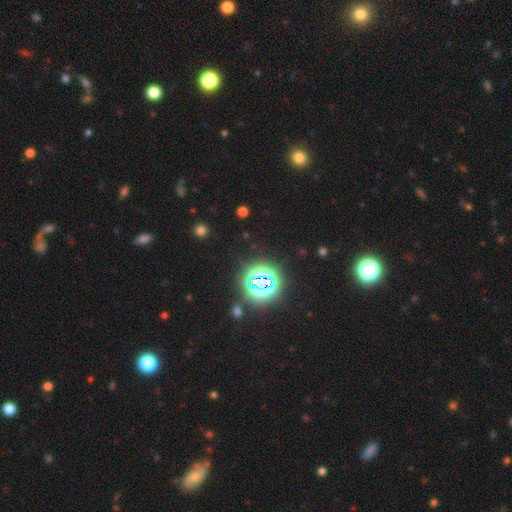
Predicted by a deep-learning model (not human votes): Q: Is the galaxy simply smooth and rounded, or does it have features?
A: star or artifact — 76%.